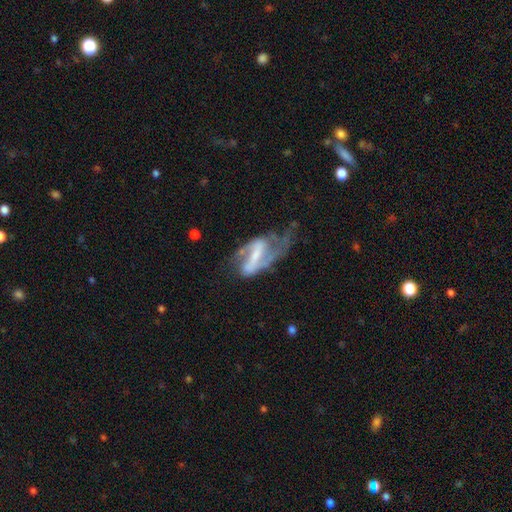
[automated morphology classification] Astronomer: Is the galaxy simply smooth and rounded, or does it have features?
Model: featured or disk — 83%.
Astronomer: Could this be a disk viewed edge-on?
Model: no — 94%.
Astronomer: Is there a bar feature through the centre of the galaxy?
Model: strong — 61%.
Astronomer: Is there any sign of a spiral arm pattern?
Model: yes — 89%.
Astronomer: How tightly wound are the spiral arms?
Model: medium — 43% (runner-up: loose, 40%).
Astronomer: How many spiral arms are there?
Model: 2 — 82%.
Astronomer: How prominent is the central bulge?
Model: small — 42% (runner-up: moderate, 32%).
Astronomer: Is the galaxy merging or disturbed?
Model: none — 40% (runner-up: major disturbance, 32%).